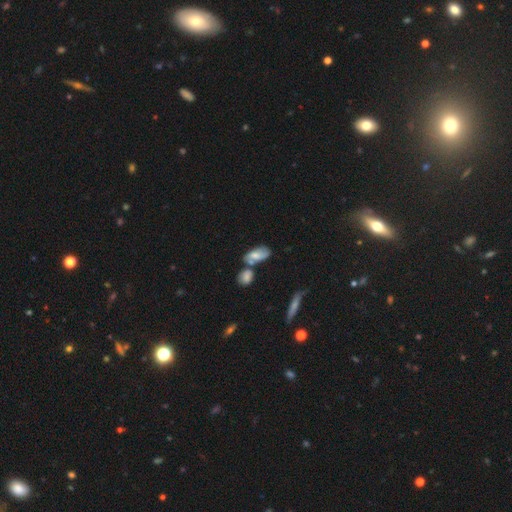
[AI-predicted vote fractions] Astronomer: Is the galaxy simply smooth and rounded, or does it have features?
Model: smooth — 57% (runner-up: featured or disk, 34%).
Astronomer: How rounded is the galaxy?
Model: in between — 82%.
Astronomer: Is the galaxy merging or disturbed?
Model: none — 45% (runner-up: merger, 32%).